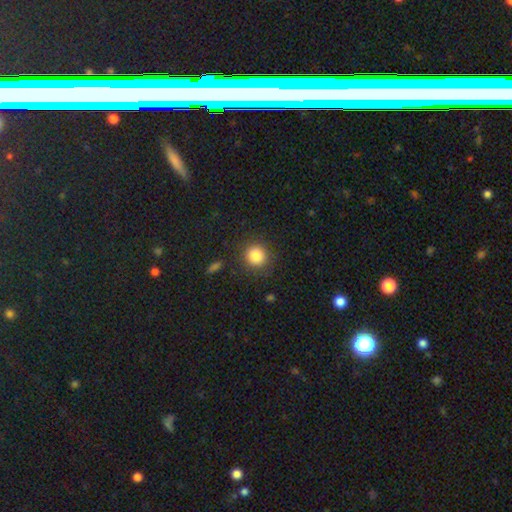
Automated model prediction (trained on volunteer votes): Overall: smooth (85%). How rounded: round (91%). Merging: none (87%).